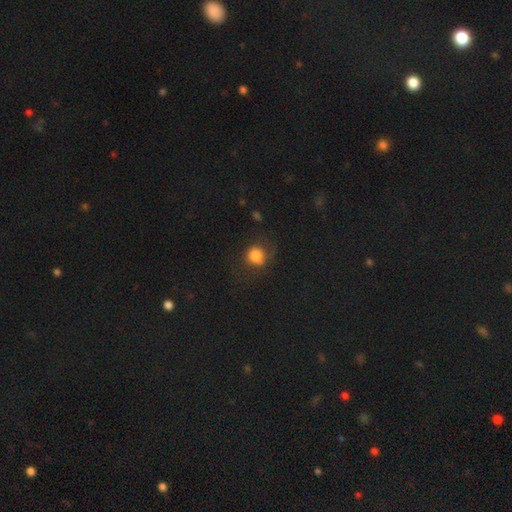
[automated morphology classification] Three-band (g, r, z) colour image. It shows a smooth galaxy with no disk features (80%) that is round (77%). Merging: none (61%).